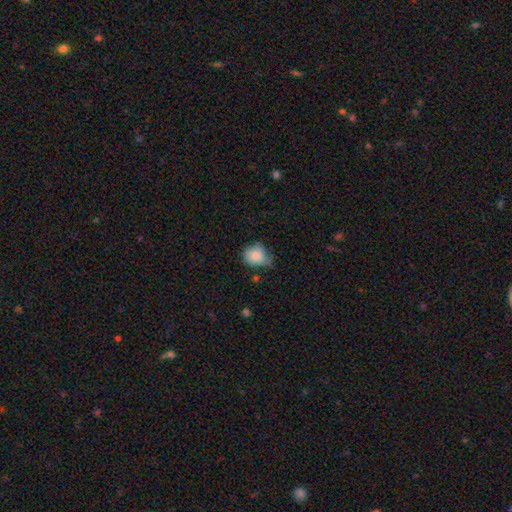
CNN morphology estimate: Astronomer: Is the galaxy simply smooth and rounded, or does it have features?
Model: smooth — 82%.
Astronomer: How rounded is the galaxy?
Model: round — 66%.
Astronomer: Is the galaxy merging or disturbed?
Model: none — 43% (runner-up: minor disturbance, 42%).